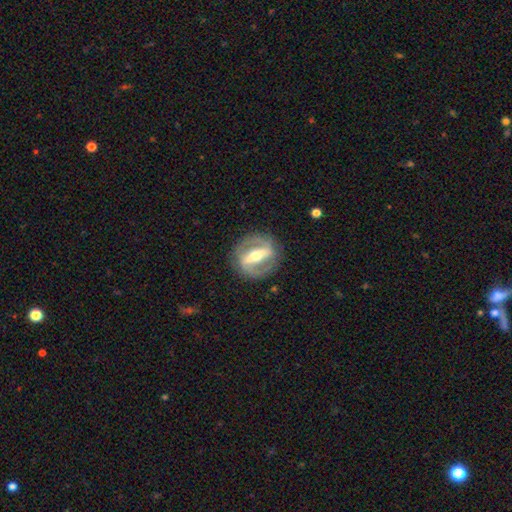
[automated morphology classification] Smooth or featured?
  - featured or disk: 84% *
  - smooth: 12%
  - star or artifact: 4%
Edge-on disk?
  - no: 91% *
  - yes: 9%
Bar?
  - strong: 76% *
  - weak: 17%
  - no: 7%
Spiral arms?
  - yes: 70% *
  - no: 30%
Spiral winding?
  - tight: 45% *
  - medium: 41%
  - loose: 14%
Spiral arm count?
  - 2: 86% *
  - can't tell: 7%
  - 1: 3%
  - 3: 1%
  - 4: 1%
  - more than 4: 1%
Bulge size?
  - moderate: 67% *
  - small: 25%
  - large: 6%
  - dominant: 1%
  - none: 1%
Merging?
  - none: 85% *
  - minor disturbance: 10%
  - major disturbance: 4%
  - merger: 1%